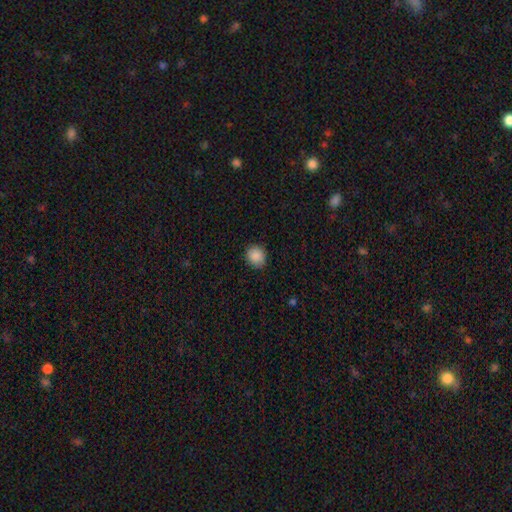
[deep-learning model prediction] Smooth or featured?
  - smooth: 88% *
  - star or artifact: 9%
  - featured or disk: 3%
How rounded?
  - round: 78% *
  - in between: 21%
  - cigar-shaped: 1%
Merging?
  - none: 86% *
  - minor disturbance: 10%
  - major disturbance: 2%
  - merger: 1%